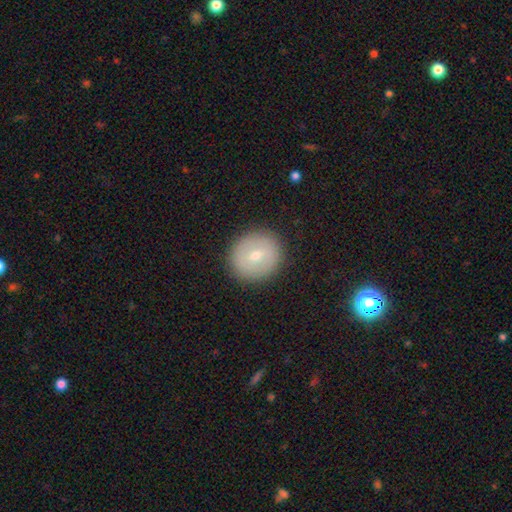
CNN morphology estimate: Smooth or featured: smooth — 63% (featured or disk — 28%)
How rounded: round — 89% (in between — 10%)
Merging: none — 90% (minor disturbance — 7%)